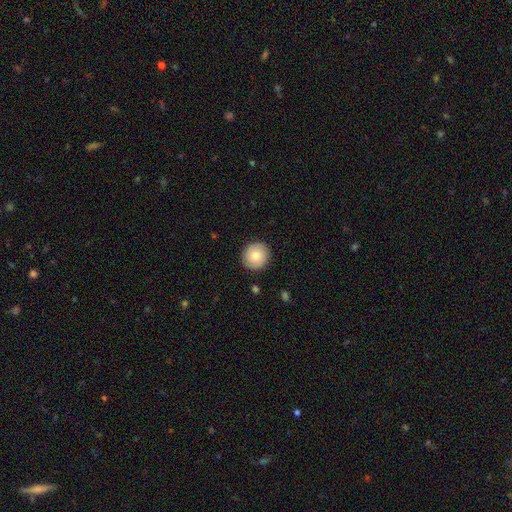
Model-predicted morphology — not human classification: This appears to be a smooth galaxy with no disk features (73%) that is round (92%). Merging: none (90%).